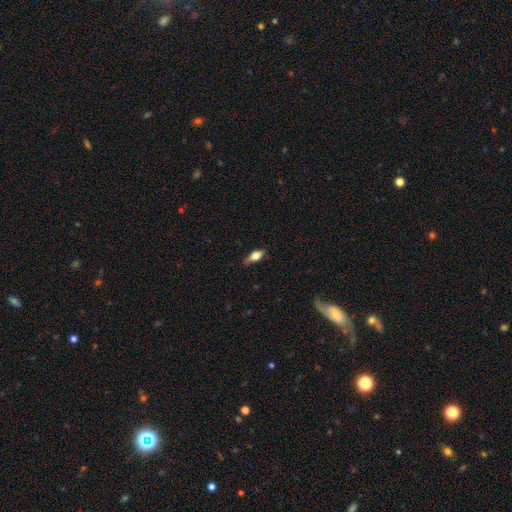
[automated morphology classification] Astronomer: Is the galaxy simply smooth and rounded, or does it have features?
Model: smooth — 56% (runner-up: featured or disk, 36%).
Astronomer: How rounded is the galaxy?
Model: in between — 71%.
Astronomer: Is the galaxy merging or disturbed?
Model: none — 71%.